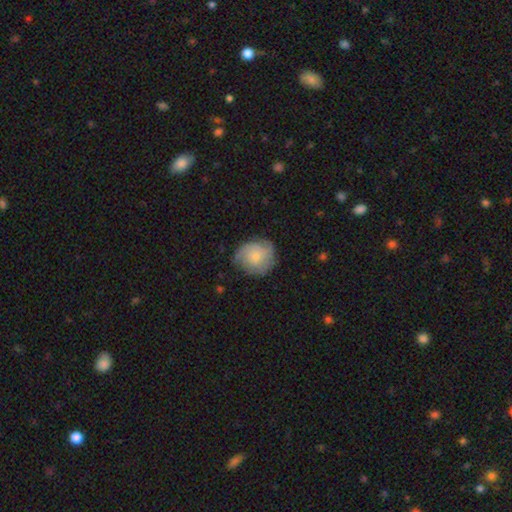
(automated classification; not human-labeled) Smooth or featured: featured or disk — 55% (smooth — 38%)
Edge-on disk: no — 98% (yes — 2%)
Bar: no — 79% (weak — 19%)
Spiral arms: yes — 89% (no — 11%)
Bulge size: small — 55% (moderate — 33%)
Merging: none — 72% (minor disturbance — 21%)